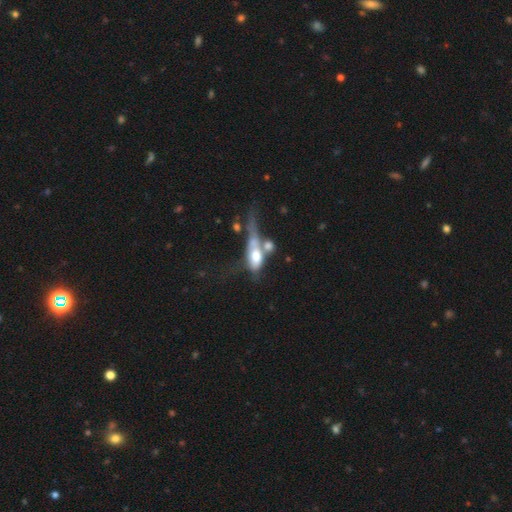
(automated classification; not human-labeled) smooth_or_featured: smooth (p=0.57) [alt: featured or disk p=0.34]
how_rounded: in between (p=0.63) [alt: cigar-shaped p=0.29]
merging: merger (p=0.48) [alt: major disturbance p=0.26]